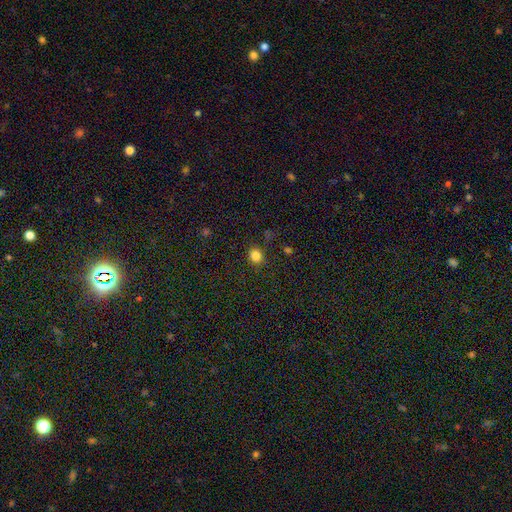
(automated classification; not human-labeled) Morphology: type=smooth (83%); roundness=round (78%); merging=none (86%).